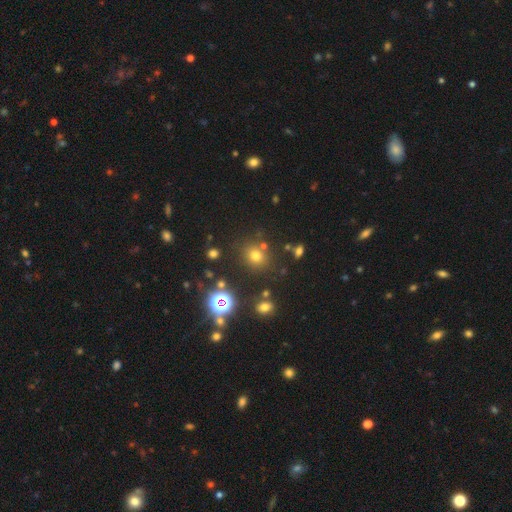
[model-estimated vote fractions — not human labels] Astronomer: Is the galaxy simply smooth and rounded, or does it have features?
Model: smooth — 68%.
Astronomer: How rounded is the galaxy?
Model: round — 79%.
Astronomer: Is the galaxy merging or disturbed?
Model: none — 80%.